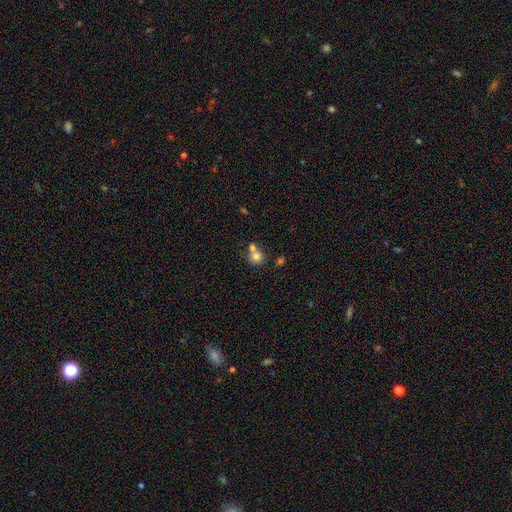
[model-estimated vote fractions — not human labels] Q: Smooth or featured?
A: smooth (77%); runner-up: featured or disk (12%)
Q: How rounded?
A: round (85%); runner-up: in between (14%)
Q: Merging?
A: merger (51%); runner-up: none (40%)